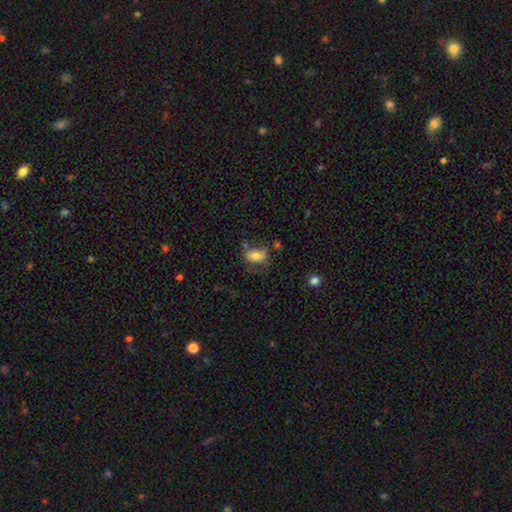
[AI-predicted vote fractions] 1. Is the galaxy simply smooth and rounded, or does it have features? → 71% smooth, 20% featured or disk, 9% star or artifact.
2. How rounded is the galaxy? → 81% in between, 16% round, 2% cigar-shaped.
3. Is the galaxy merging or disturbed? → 53% none, 25% minor disturbance, 14% major disturbance, 8% merger.